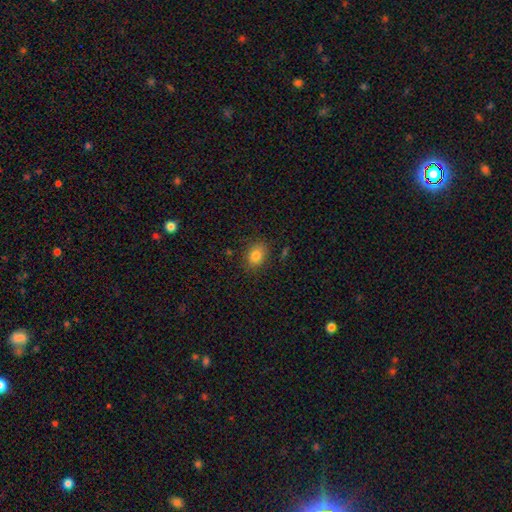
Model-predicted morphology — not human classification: Overall: smooth (83%). How rounded: in between (65%; round 34%). Merging: none (83%).